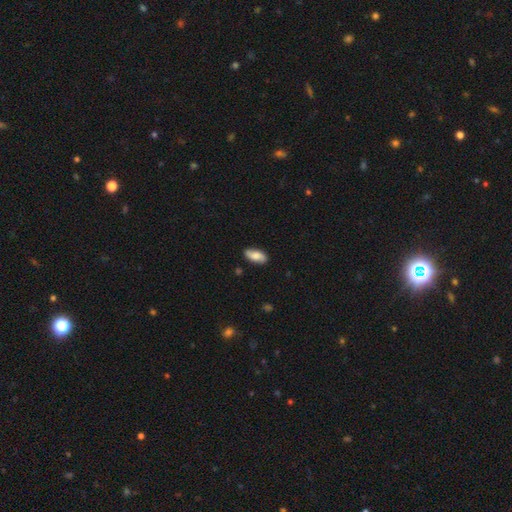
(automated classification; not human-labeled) This appears to be a smooth galaxy with no disk features (73%) that is in between round and cigar-shaped (88%). Merging: none (85%).